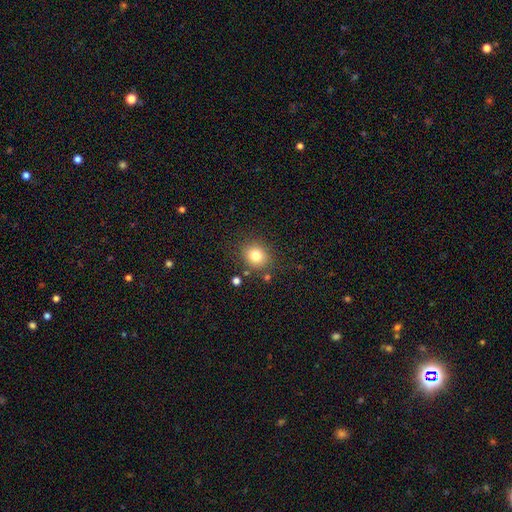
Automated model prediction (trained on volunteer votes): Morphology: type=smooth (80%); roundness=round (75%); merging=none (82%).